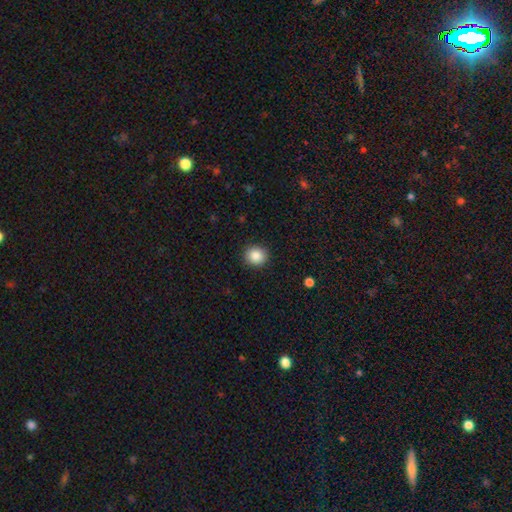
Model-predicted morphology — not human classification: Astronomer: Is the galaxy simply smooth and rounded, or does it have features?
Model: smooth — 87%.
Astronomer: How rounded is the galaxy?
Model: round — 89%.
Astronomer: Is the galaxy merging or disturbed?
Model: none — 91%.